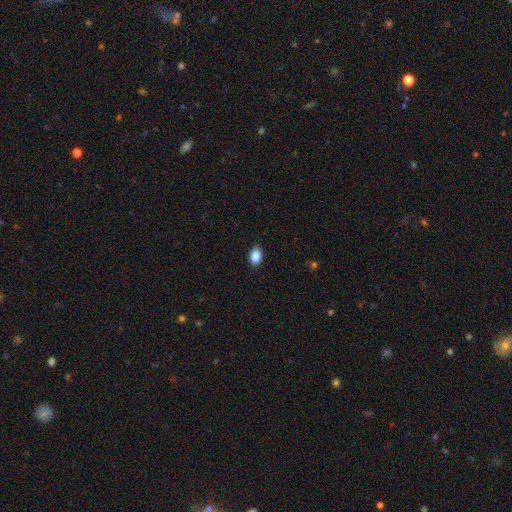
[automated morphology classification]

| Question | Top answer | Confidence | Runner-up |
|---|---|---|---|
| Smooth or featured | smooth | 87% | star or artifact (8%) |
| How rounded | in between | 85% | round (14%) |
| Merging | none | 89% | minor disturbance (8%) |